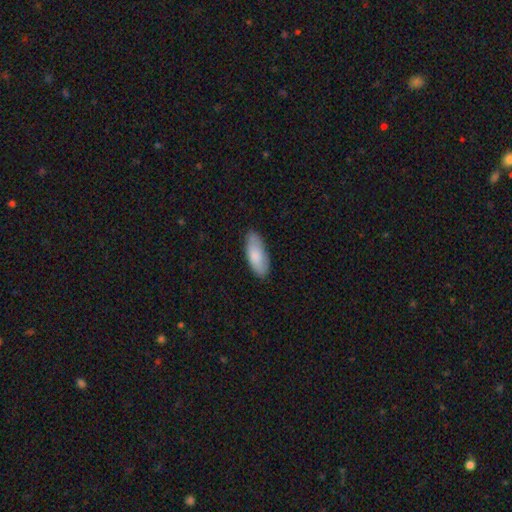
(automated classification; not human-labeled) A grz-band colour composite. It shows a smooth galaxy with no disk features (83%) that is in between round and cigar-shaped (79%). Merging: none (83%).